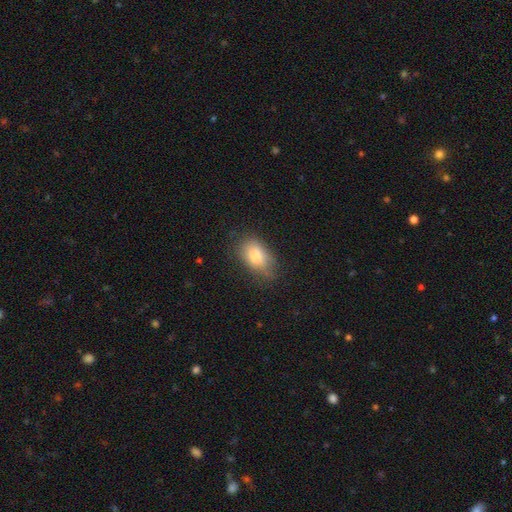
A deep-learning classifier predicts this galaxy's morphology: The model was most divided on "merging": none: 62%, minor disturbance: 28%, major disturbance: 8%, merger: 2%. More confident: how rounded — in between (89%); smooth or featured — smooth (83%).